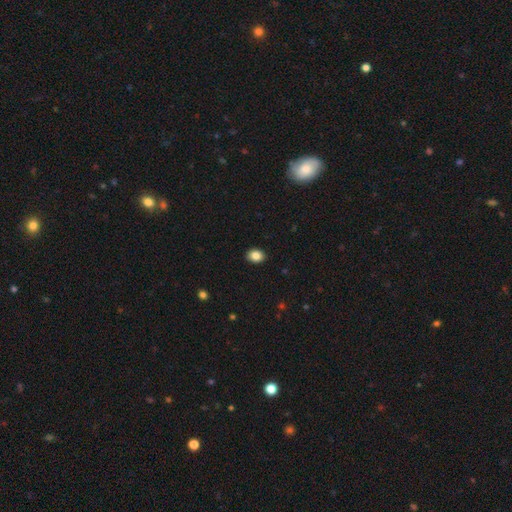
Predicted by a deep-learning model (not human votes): This appears to be a smooth galaxy with no disk features (86%) that is in between round and cigar-shaped (62%). Merging: none (90%).